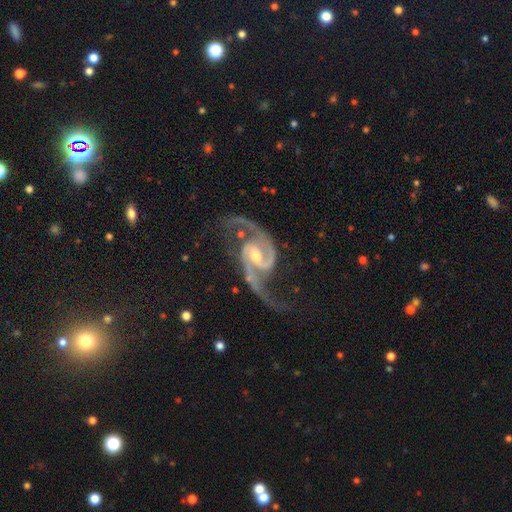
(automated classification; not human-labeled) smooth-or-featured: featured or disk: 94% | star or artifact: 4% | smooth: 2%
  disk-edge-on: no: 98% | yes: 2%
    bar: weak: 50% | no: 30% | strong: 20%
    has-spiral-arms: yes: 98% | no: 2%
      spiral-winding: medium: 50% | loose: 38% | tight: 12%
      spiral-arm-count: 2: 93% | 3: 2% | can't tell: 2% | 1: 1% | 4: 1% | more than 4: 1%
    bulge-size: moderate: 56% | small: 37% | large: 4% | none: 2% | dominant: 1%
  merging: none: 64% | minor disturbance: 17% | major disturbance: 16% | merger: 3%